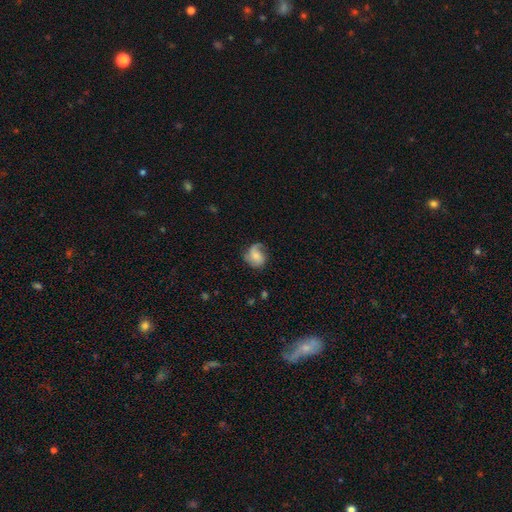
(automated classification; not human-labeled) The model was most divided on "smooth or featured" (2-way tie): smooth: 46%, featured or disk: 46%, star or artifact: 8%. More confident: merging — none (55%).